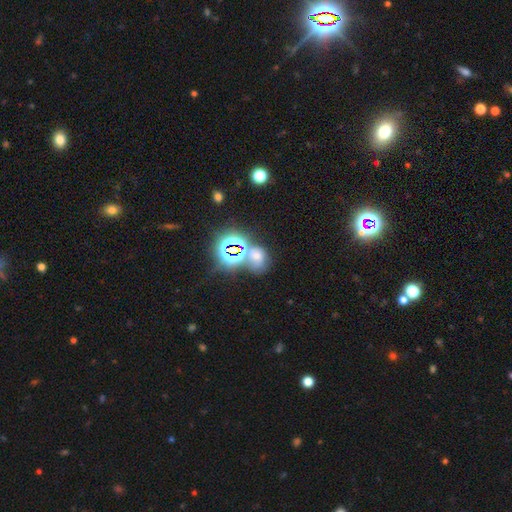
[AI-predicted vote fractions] smooth_or_featured: star or artifact (p=0.47) [alt: smooth p=0.39]